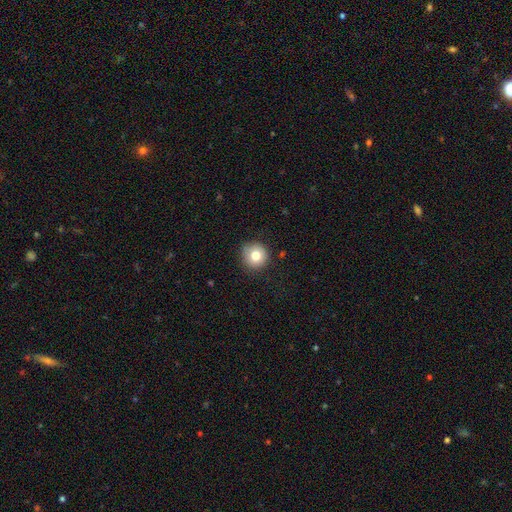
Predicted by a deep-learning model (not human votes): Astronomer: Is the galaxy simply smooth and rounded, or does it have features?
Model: smooth — 77%.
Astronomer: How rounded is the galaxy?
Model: round — 95%.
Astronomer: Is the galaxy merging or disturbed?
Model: none — 86%.